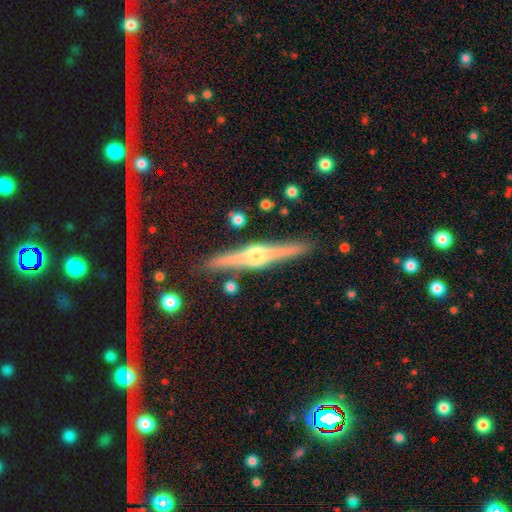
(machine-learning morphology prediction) A featured or disk galaxy (81%) viewed edge-on (98%) with a rounded central bulge (91%).

Vote fractions:
- Smooth or featured? featured or disk: 81% / smooth: 13% / star or artifact: 6%
- Edge-on disk? yes: 98% / no: 2%
- Edge-on bulge? rounded: 91% / boxy: 6% / none: 3%
- Merging? none: 88% / minor disturbance: 8% / merger: 2% / major disturbance: 2%